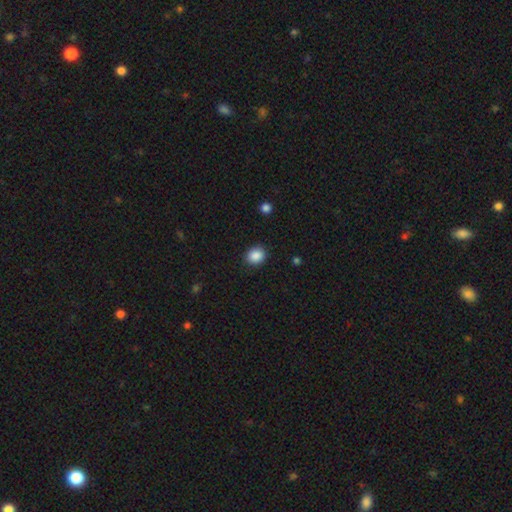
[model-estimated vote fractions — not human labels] A smooth galaxy with no disk features (88%) that is round (67%).

Vote fractions:
- Smooth or featured? smooth: 88% / star or artifact: 9% / featured or disk: 3%
- How rounded? round: 67% / in between: 33% / cigar-shaped: 1%
- Merging? none: 89% / minor disturbance: 8% / major disturbance: 2% / merger: 1%